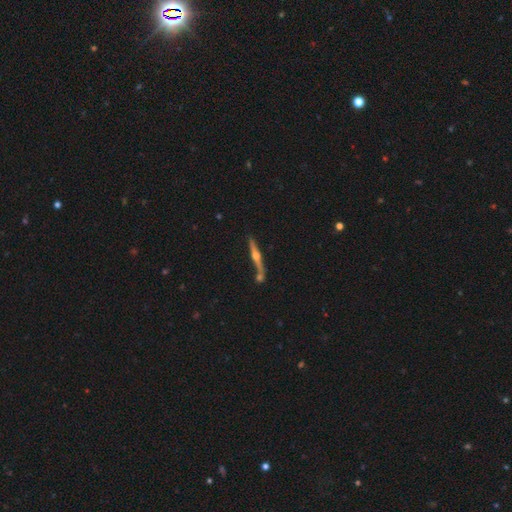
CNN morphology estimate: featured or disk 79%, smooth 15%, star or artifact 6%. Down the decision tree: edge-on disk — yes (97%); edge-on bulge — rounded (93%); merging — none (72%).